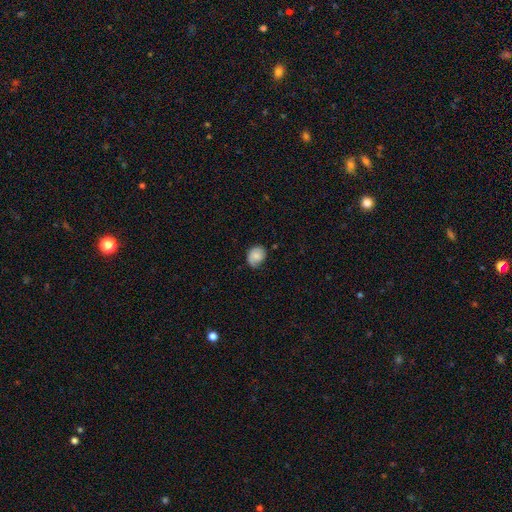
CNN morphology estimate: Smooth or featured? smooth (73%)
How rounded? round (51%)
Merging? none (63%)